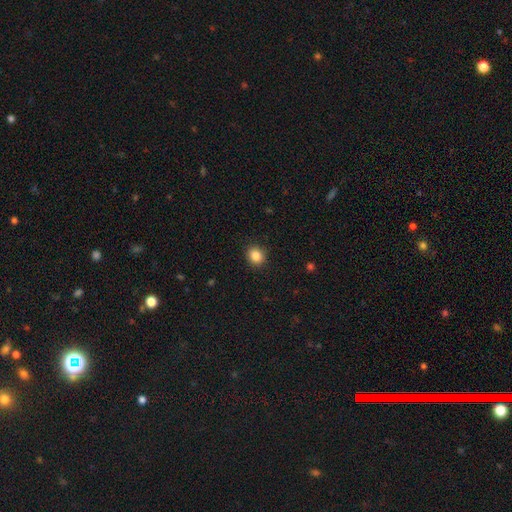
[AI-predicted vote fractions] A smooth galaxy with no disk features (86%) that is round (73%).

Vote fractions:
- Smooth or featured? smooth: 86% / star or artifact: 10% / featured or disk: 4%
- How rounded? round: 73% / in between: 26% / cigar-shaped: 1%
- Merging? none: 90% / minor disturbance: 7% / major disturbance: 2% / merger: 1%